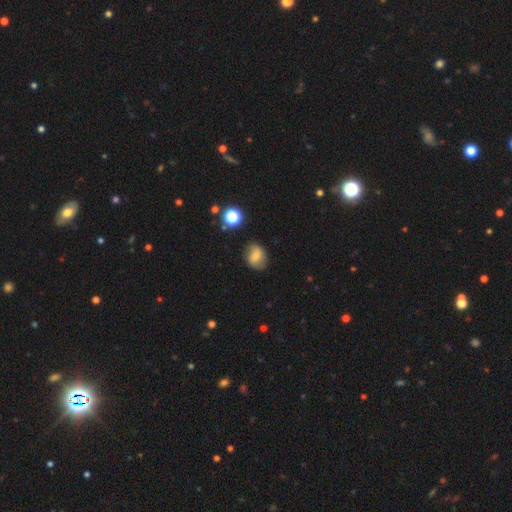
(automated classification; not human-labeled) This is likely a smooth galaxy (61%). How rounded: possibly round (54%). Merging: likely none (77%).